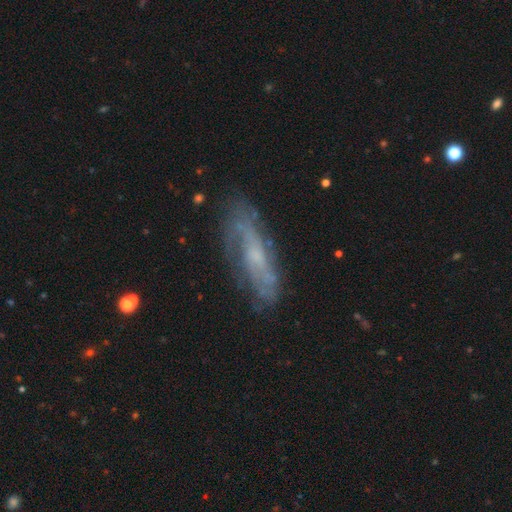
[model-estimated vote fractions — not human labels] Morphology: type=featured or disk (69%); edge-on=no (74%); bar=no (57%); spiral arms=yes (77%); bulge=small (55%); merging=none (71%).